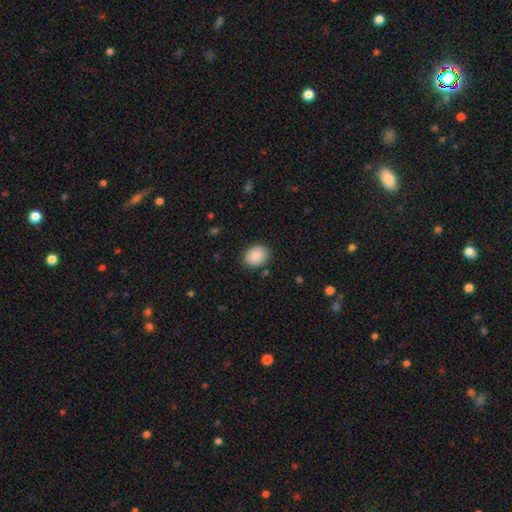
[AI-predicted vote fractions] A smooth galaxy with no disk features (88%) that is in between round and cigar-shaped (52%).

Vote fractions:
- Smooth or featured? smooth: 88% / star or artifact: 7% / featured or disk: 4%
- How rounded? in between: 52% / round: 47% / cigar-shaped: 1%
- Merging? none: 86% / minor disturbance: 10% / major disturbance: 3% / merger: 1%